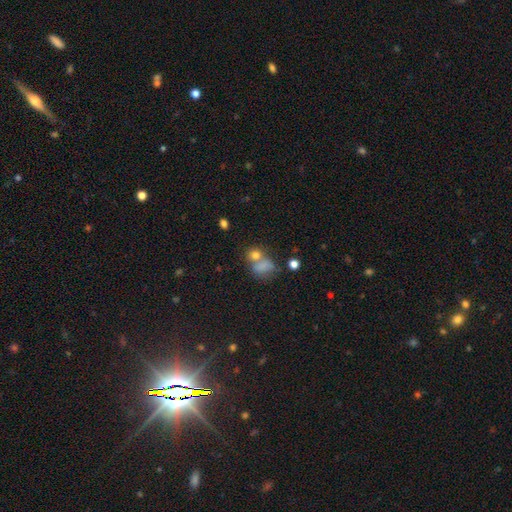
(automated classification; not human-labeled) Smooth or featured?
  - smooth: 44% *
  - star or artifact: 37%
  - featured or disk: 18%
Merging?
  - none: 44% *
  - merger: 36%
  - minor disturbance: 12%
  - major disturbance: 9%